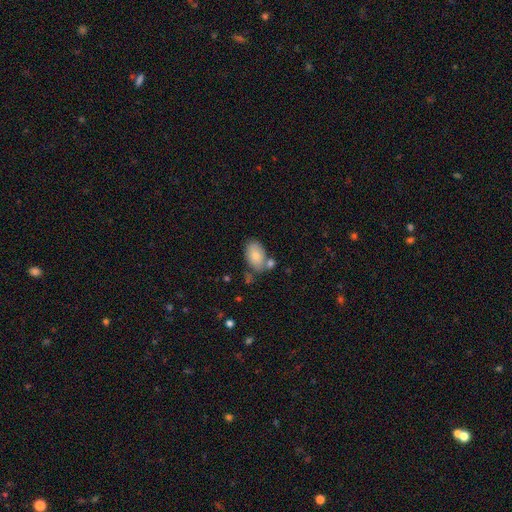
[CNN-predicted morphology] A smooth galaxy with no disk features (80%) that is in between round and cigar-shaped (91%).

Vote fractions:
- Smooth or featured? smooth: 80% / featured or disk: 13% / star or artifact: 7%
- How rounded? in between: 91% / round: 8% / cigar-shaped: 1%
- Merging? none: 60% / merger: 18% / minor disturbance: 18% / major disturbance: 5%